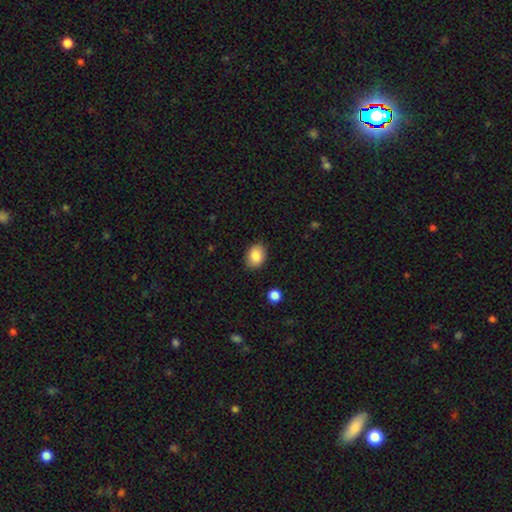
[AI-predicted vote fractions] Smooth or featured?
  - smooth: 87% *
  - star or artifact: 8%
  - featured or disk: 5%
How rounded?
  - in between: 71% *
  - round: 28%
  - cigar-shaped: 1%
Merging?
  - none: 85% *
  - minor disturbance: 11%
  - major disturbance: 3%
  - merger: 1%